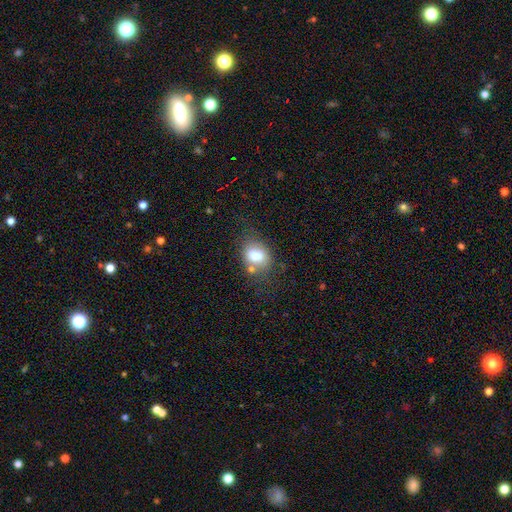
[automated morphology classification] A smooth galaxy with no disk features (76%) that is in between round and cigar-shaped (58%). Merging: none (53%).